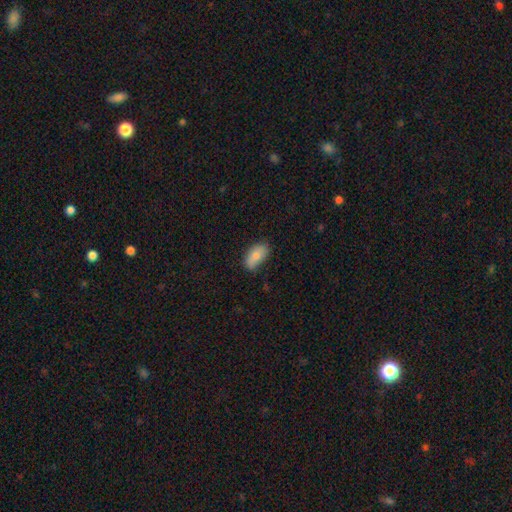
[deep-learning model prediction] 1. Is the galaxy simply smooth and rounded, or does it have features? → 81% smooth, 12% featured or disk, 7% star or artifact.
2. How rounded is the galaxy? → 92% in between, 4% cigar-shaped, 4% round.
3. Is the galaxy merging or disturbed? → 71% none, 23% minor disturbance, 4% major disturbance, 2% merger.